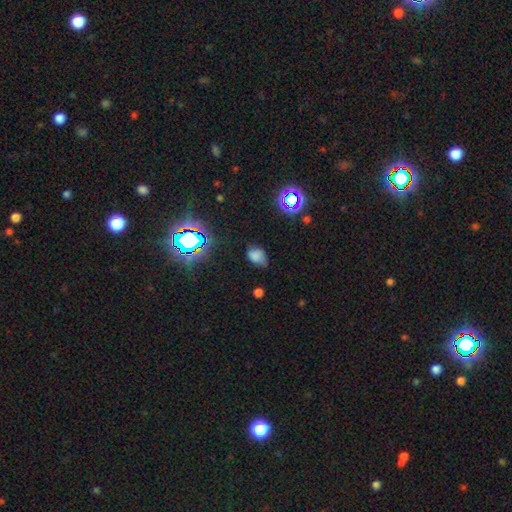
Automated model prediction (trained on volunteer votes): A smooth galaxy with no disk features (68%) that is in between round and cigar-shaped (74%). Merging: none (55%).